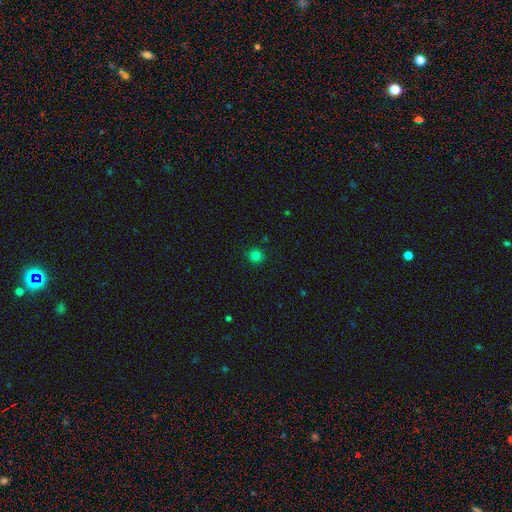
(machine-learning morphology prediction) Smooth or featured? smooth (80%)
How rounded? round (92%)
Merging? none (91%)